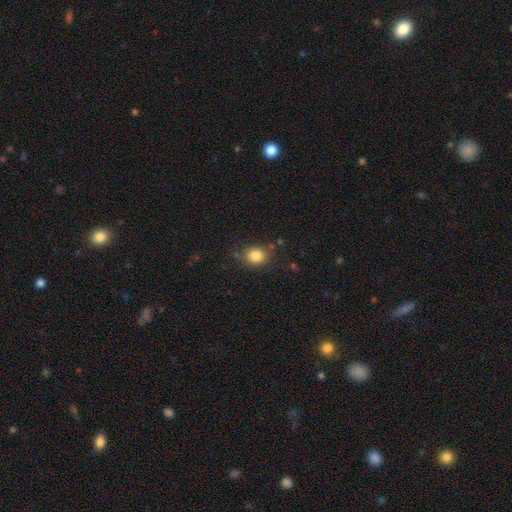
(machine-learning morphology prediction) Smooth or featured? smooth (84%)
How rounded? round (72%)
Merging? none (80%)